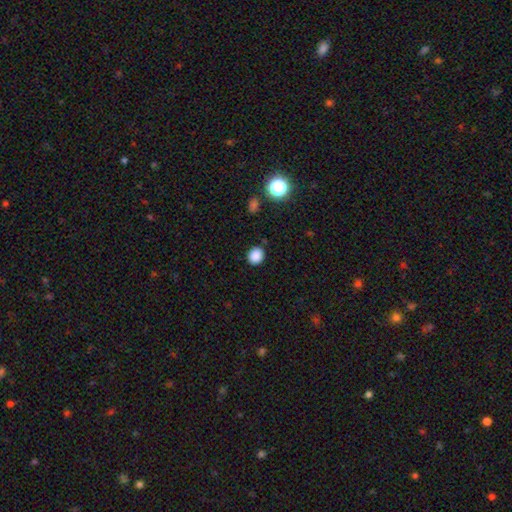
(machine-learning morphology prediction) type=smooth (86%); roundness=round (71%); merging=none (88%).